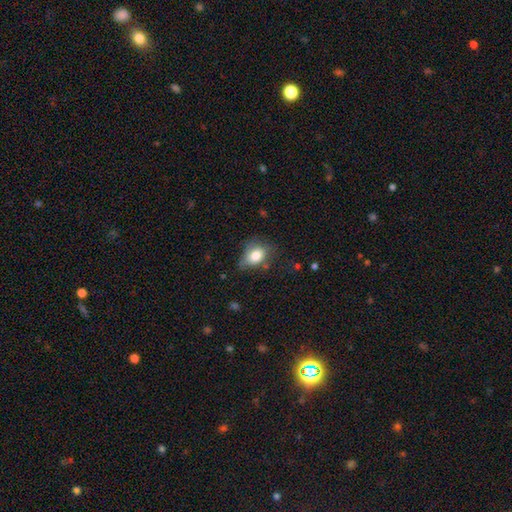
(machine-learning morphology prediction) A smooth galaxy with no disk features (78%) that is in between round and cigar-shaped (71%).

Vote fractions:
- Smooth or featured? smooth: 78% / featured or disk: 13% / star or artifact: 9%
- How rounded? in between: 71% / round: 28% / cigar-shaped: 1%
- Merging? none: 49% / minor disturbance: 35% / major disturbance: 13% / merger: 3%